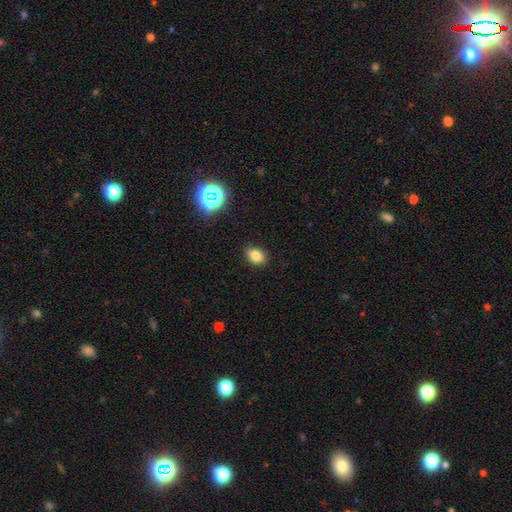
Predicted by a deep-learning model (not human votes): Q: Smooth or featured?
A: smooth (82%); runner-up: star or artifact (13%)
Q: How rounded?
A: in between (67%); runner-up: round (32%)
Q: Merging?
A: none (87%); runner-up: minor disturbance (9%)